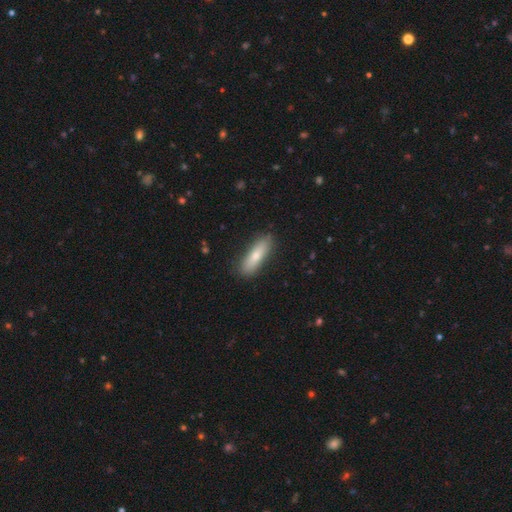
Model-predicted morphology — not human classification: smooth-or-featured: smooth: 72% | featured or disk: 22% | star or artifact: 6%
  how-rounded: cigar-shaped: 59% | in between: 39% | round: 2%
  merging: none: 86% | minor disturbance: 11% | major disturbance: 2% | merger: 1%